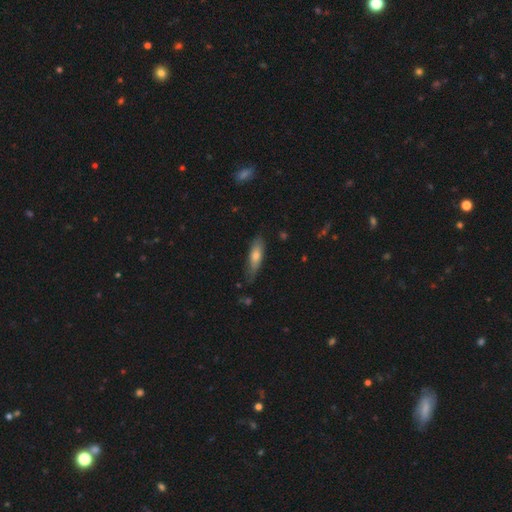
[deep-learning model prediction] Morphology: type=smooth (65%); roundness=cigar-shaped (60%); merging=none (68%).